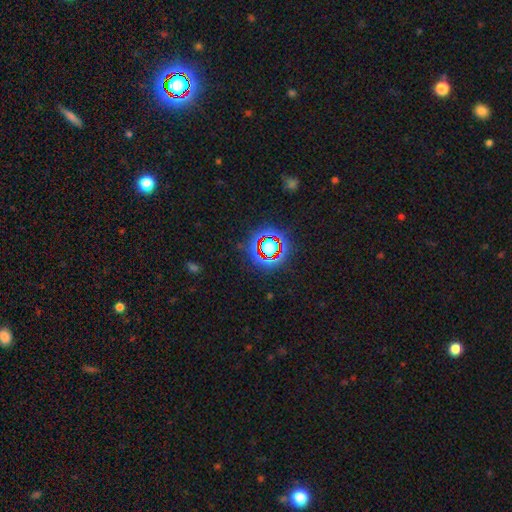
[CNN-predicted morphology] This appears to be a star or artifact, not a galaxy (72%).